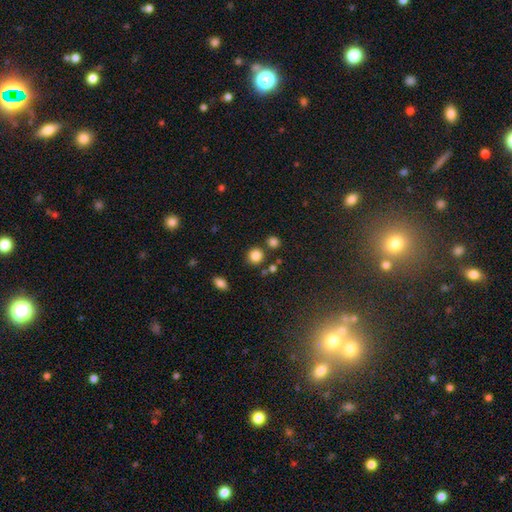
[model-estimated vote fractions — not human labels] Smooth or featured? smooth (84%)
How rounded? round (89%)
Merging? none (80%)